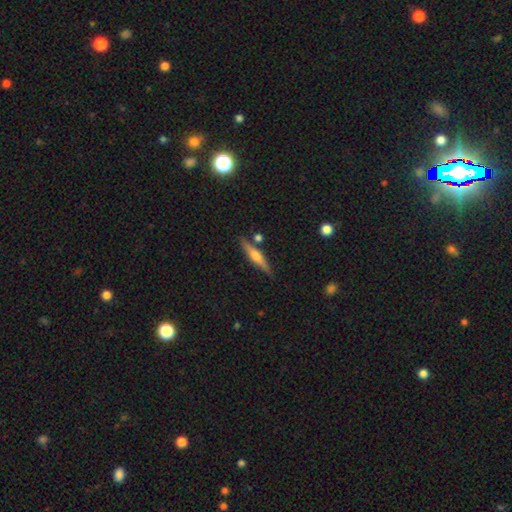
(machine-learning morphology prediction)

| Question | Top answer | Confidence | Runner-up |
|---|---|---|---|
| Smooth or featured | featured or disk | 56% | smooth (38%) |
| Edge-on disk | yes | 96% | no (4%) |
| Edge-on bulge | rounded | 79% | boxy (12%) |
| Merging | none | 83% | minor disturbance (10%) |